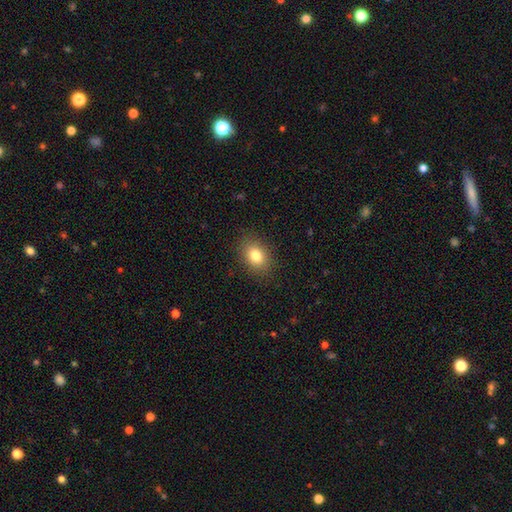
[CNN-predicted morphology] The model was most divided on "how rounded": in between: 70%, round: 29%, cigar-shaped: 1%. More confident: merging — none (87%); smooth or featured — smooth (82%).